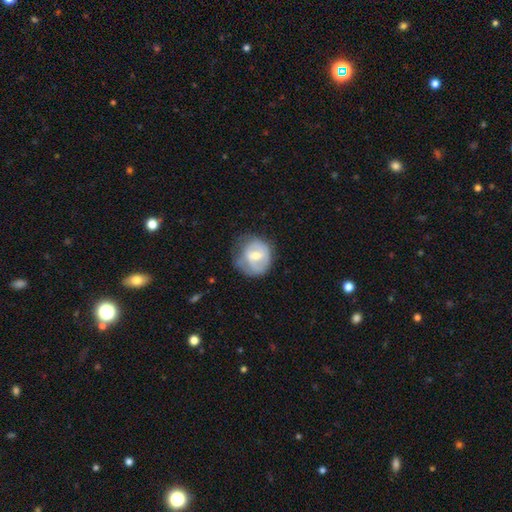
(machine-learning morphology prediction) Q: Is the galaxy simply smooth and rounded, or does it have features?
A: featured or disk — 50%.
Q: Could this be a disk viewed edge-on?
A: no — 97%.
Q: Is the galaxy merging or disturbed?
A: none — 51%.